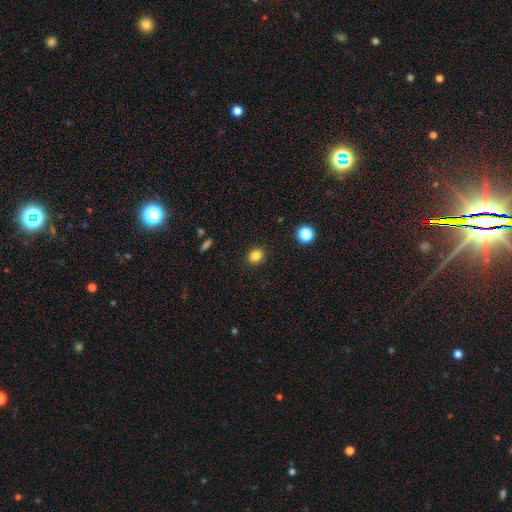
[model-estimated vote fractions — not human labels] Smooth or featured?
  - smooth: 83% *
  - star or artifact: 12%
  - featured or disk: 5%
How rounded?
  - round: 69% *
  - in between: 30%
  - cigar-shaped: 1%
Merging?
  - none: 90% *
  - minor disturbance: 7%
  - major disturbance: 2%
  - merger: 1%